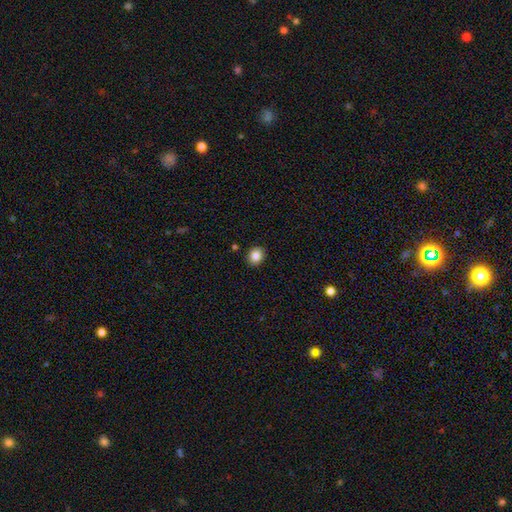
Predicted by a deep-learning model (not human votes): Smooth or featured?
  - smooth: 86% *
  - star or artifact: 10%
  - featured or disk: 5%
How rounded?
  - round: 70% *
  - in between: 29%
  - cigar-shaped: 1%
Merging?
  - none: 90% *
  - minor disturbance: 7%
  - major disturbance: 2%
  - merger: 1%